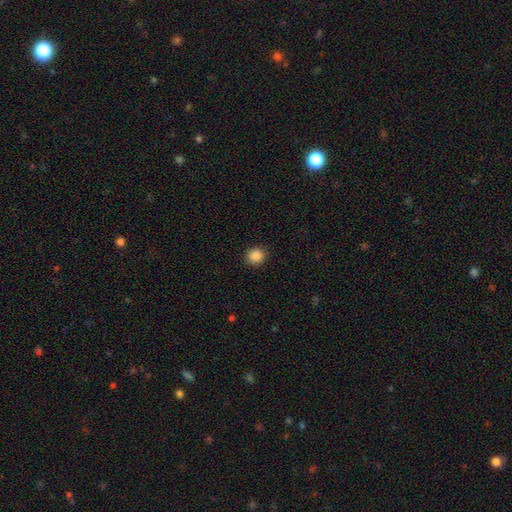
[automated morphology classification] A smooth galaxy with no disk features (88%) that is round (81%). Merging: none (91%).